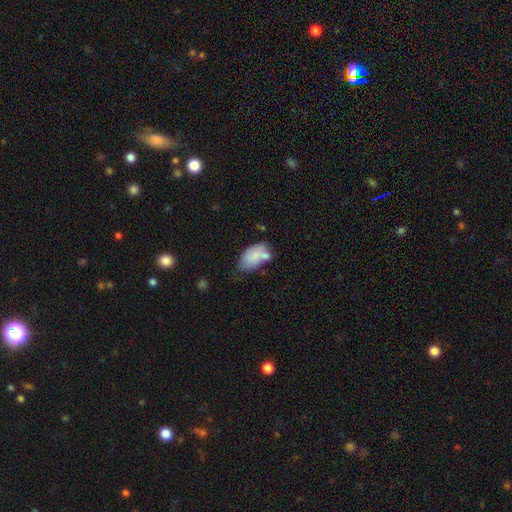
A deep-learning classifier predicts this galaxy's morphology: This appears to be a smooth galaxy with no disk features (77%) that is in between round and cigar-shaped (92%). Merging: none (38%).